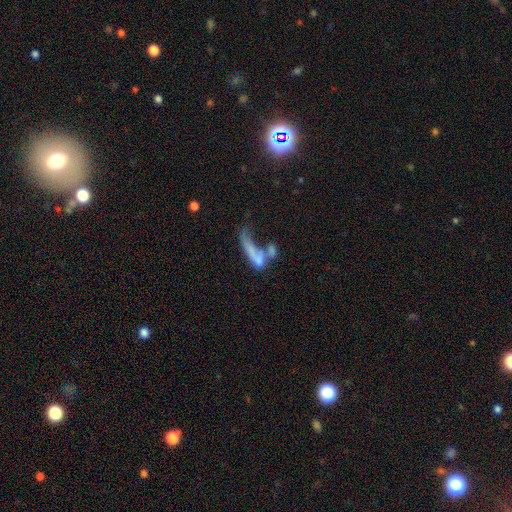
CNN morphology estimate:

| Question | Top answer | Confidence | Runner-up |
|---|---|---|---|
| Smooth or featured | smooth | 50% | featured or disk (38%) |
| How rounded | cigar-shaped | 52% | in between (42%) |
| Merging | merger | 49% | major disturbance (27%) |